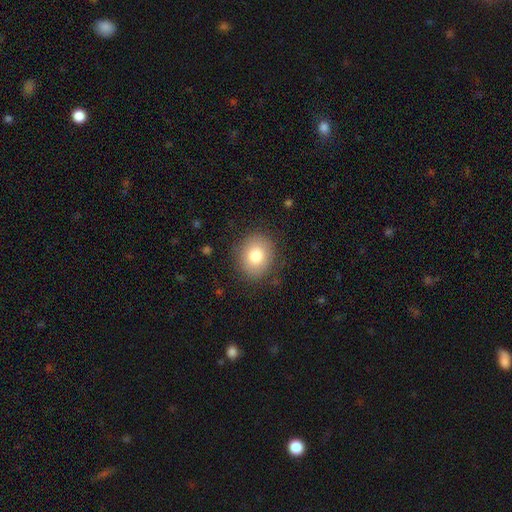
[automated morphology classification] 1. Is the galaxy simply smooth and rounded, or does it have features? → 79% smooth, 12% featured or disk, 9% star or artifact.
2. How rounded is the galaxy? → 66% round, 33% in between, 1% cigar-shaped.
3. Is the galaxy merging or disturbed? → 85% none, 10% minor disturbance, 4% major disturbance, 1% merger.